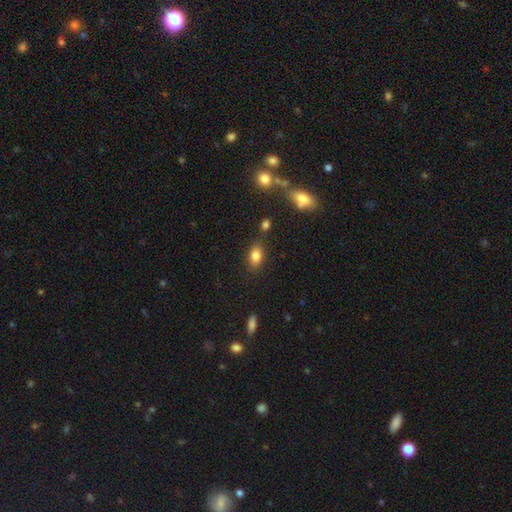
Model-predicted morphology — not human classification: Smooth or featured? Predicted: smooth (p=0.81). How rounded? Predicted: in between (p=0.83). Merging? Predicted: none (p=0.77).